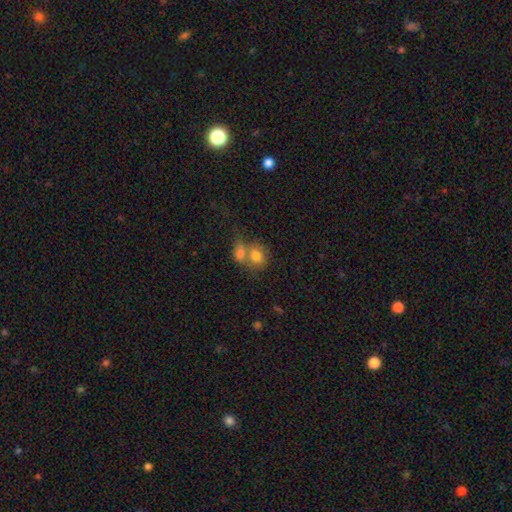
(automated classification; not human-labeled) Smooth or featured? Predicted: smooth (p=0.77). How rounded? Predicted: round (p=0.56). Merging? Predicted: merger (p=0.58).